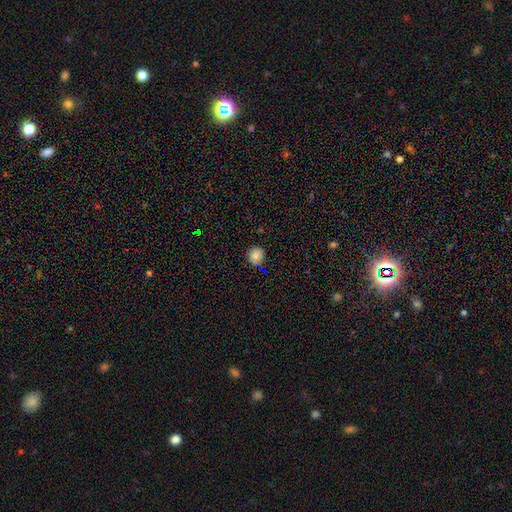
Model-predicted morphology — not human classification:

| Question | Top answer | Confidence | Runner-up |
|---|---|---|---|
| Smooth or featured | smooth | 83% | star or artifact (10%) |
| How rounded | round | 89% | in between (10%) |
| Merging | none | 75% | minor disturbance (19%) |